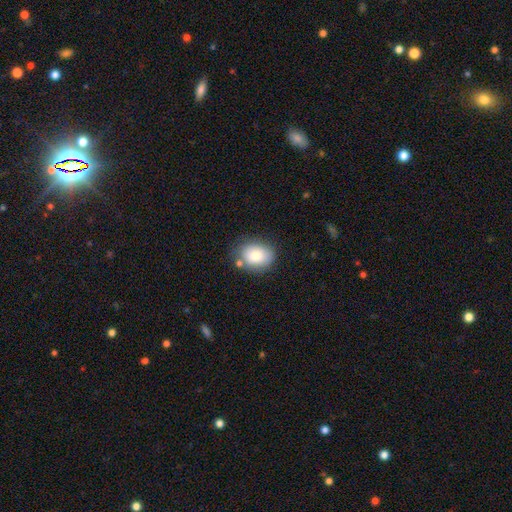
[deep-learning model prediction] Smooth or featured?
  - smooth: 80% *
  - featured or disk: 12%
  - star or artifact: 8%
How rounded?
  - in between: 62% *
  - round: 37%
  - cigar-shaped: 1%
Merging?
  - none: 70% *
  - minor disturbance: 18%
  - merger: 8%
  - major disturbance: 5%